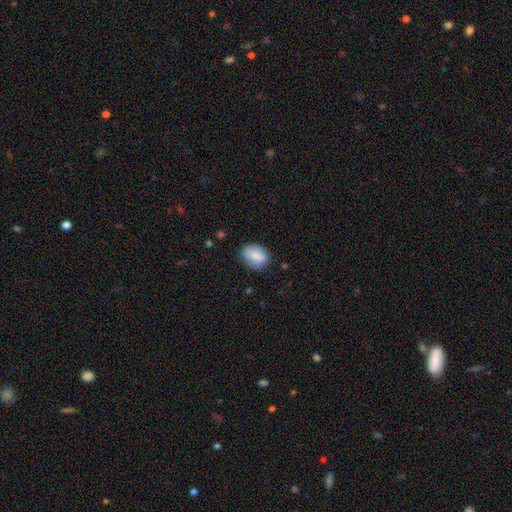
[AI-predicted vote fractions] Smooth or featured? Predicted: smooth (p=0.80). How rounded? Predicted: in between (p=0.73). Merging? Predicted: none (p=0.75).